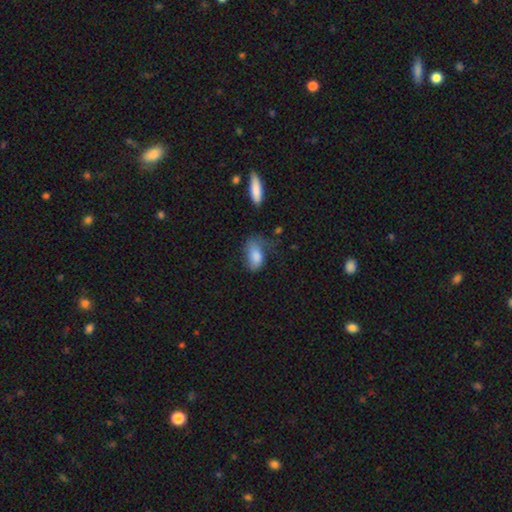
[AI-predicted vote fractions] This appears to be a smooth galaxy with no disk features (76%) that is in between round and cigar-shaped (89%). Merging: none (39%).